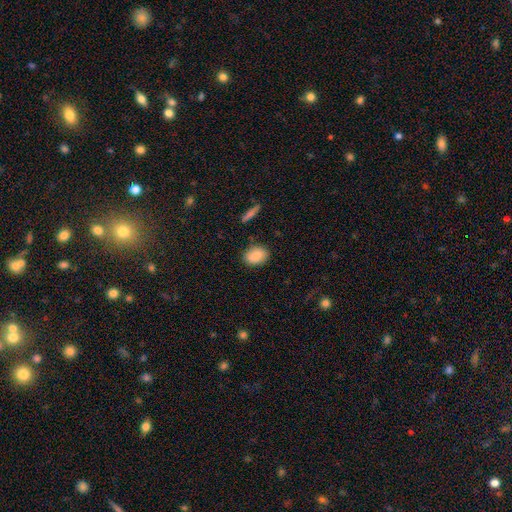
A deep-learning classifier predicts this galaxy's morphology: Smooth or featured: smooth — 87% (star or artifact — 7%)
How rounded: in between — 68% (round — 31%)
Merging: none — 85% (minor disturbance — 11%)